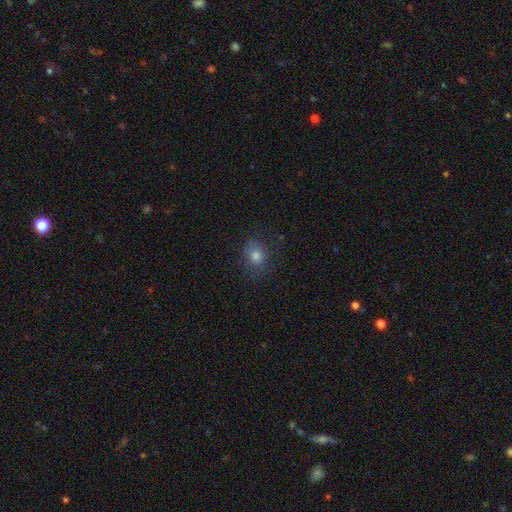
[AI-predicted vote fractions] smooth 74%, star or artifact 15%, featured or disk 11%. Down the decision tree: how rounded — round (73%); merging — none (76%).